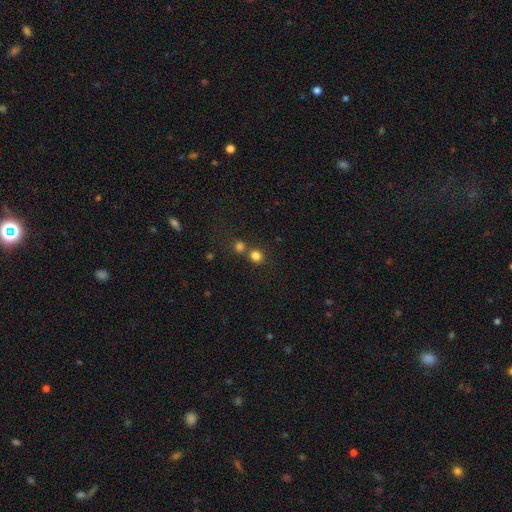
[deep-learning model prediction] A smooth galaxy with no disk features (80%) that is round (87%). Merging: none (63%).